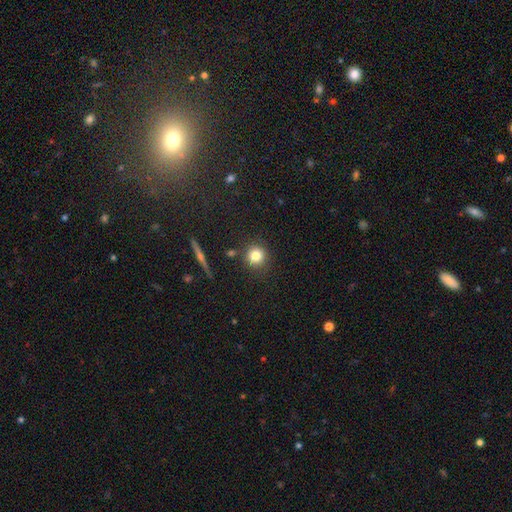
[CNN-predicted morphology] The model was most divided on "smooth or featured": smooth: 80%, star or artifact: 11%, featured or disk: 9%. More confident: how rounded — round (91%); merging — none (83%).